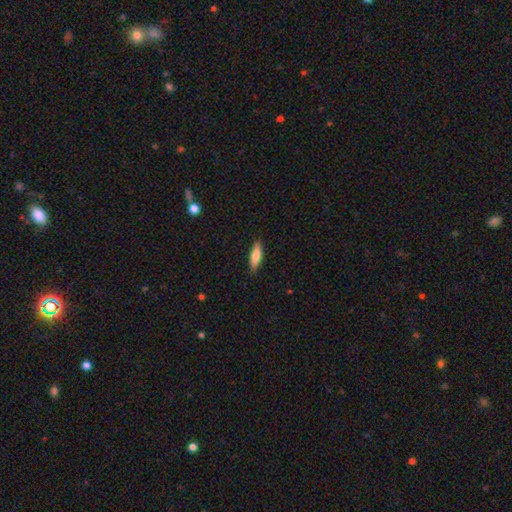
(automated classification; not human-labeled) smooth_or_featured: smooth (p=0.70) [alt: featured or disk p=0.24]
how_rounded: cigar-shaped (p=0.57) [alt: in between p=0.41]
merging: none (p=0.88) [alt: minor disturbance p=0.09]